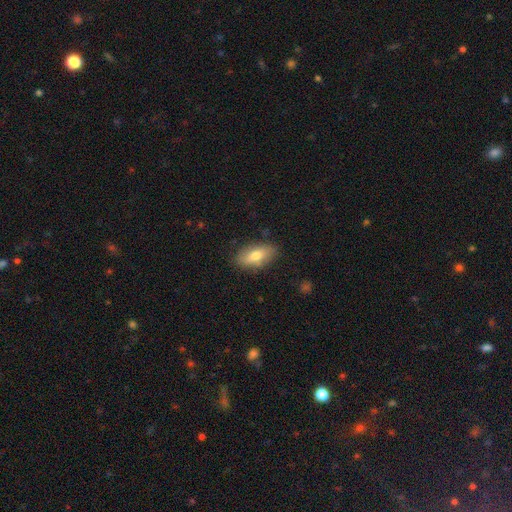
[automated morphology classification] Smooth or featured?
  - smooth: 74% *
  - featured or disk: 20%
  - star or artifact: 7%
How rounded?
  - in between: 87% *
  - cigar-shaped: 9%
  - round: 4%
Merging?
  - none: 82% *
  - minor disturbance: 13%
  - major disturbance: 3%
  - merger: 1%